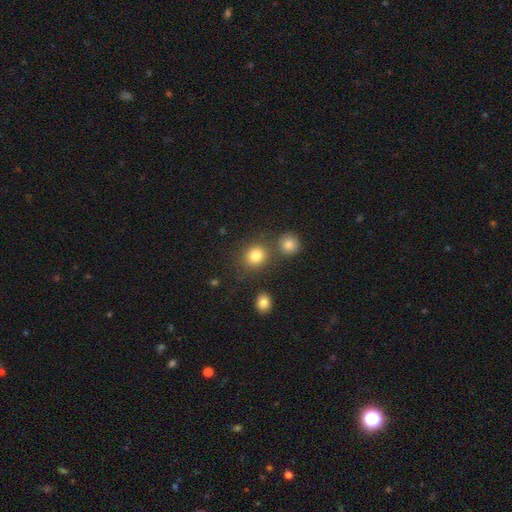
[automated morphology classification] This is clearly a smooth galaxy (82%). How rounded: likely round (80%). Merging: likely none (73%).